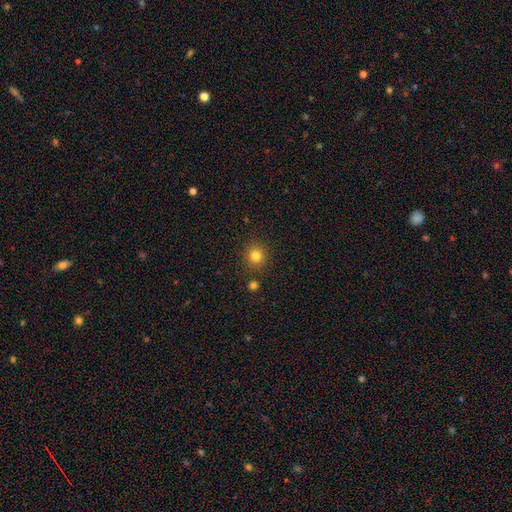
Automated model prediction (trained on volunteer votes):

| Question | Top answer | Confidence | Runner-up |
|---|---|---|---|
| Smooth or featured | smooth | 81% | star or artifact (13%) |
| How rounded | round | 92% | in between (8%) |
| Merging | none | 88% | minor disturbance (7%) |